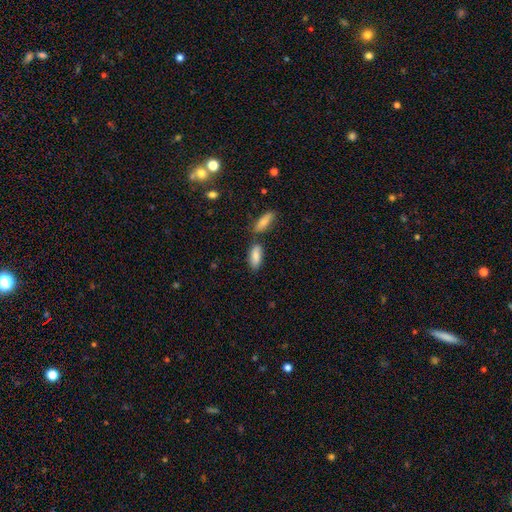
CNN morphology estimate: A smooth galaxy with no disk features (83%) that is in between round and cigar-shaped (82%).

Vote fractions:
- Smooth or featured? smooth: 83% / featured or disk: 10% / star or artifact: 6%
- How rounded? in between: 82% / cigar-shaped: 16% / round: 2%
- Merging? none: 65% / merger: 19% / minor disturbance: 13% / major disturbance: 3%